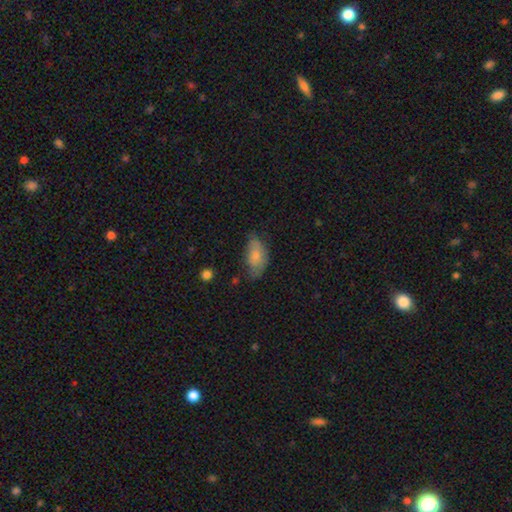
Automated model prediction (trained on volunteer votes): A smooth galaxy with no disk features (74%) that is in between round and cigar-shaped (92%). Merging: none (47%).